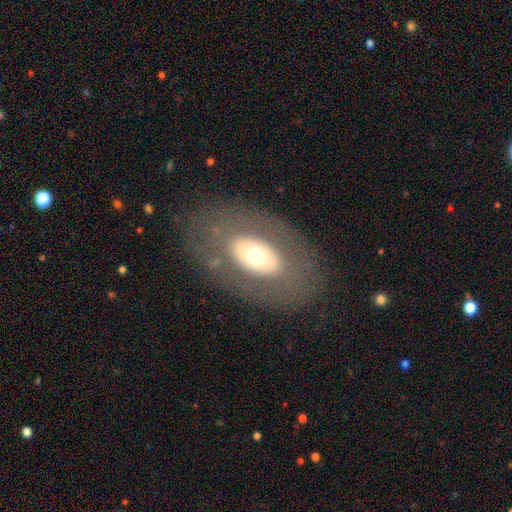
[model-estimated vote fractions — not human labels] Q: Smooth or featured?
A: smooth (46%); tied with: featured or disk (46%)
Q: Merging?
A: none (78%); runner-up: minor disturbance (11%)